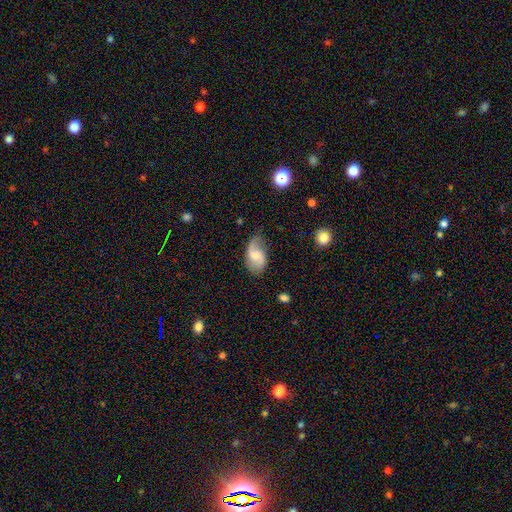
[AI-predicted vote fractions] A featured or disk galaxy (56%) with a weak bar (48%), spiral arms (89%) and a small central bulge (43%).

Vote fractions:
- Smooth or featured? featured or disk: 56% / smooth: 37% / star or artifact: 7%
- Edge-on disk? no: 96% / yes: 4%
- Bar? weak: 48% / no: 42% / strong: 11%
- Spiral arms? yes: 89% / no: 11%
- Bulge size? small: 43% / moderate: 41% / none: 10% / large: 4% / dominant: 1%
- Merging? none: 60% / minor disturbance: 29% / major disturbance: 10% / merger: 2%